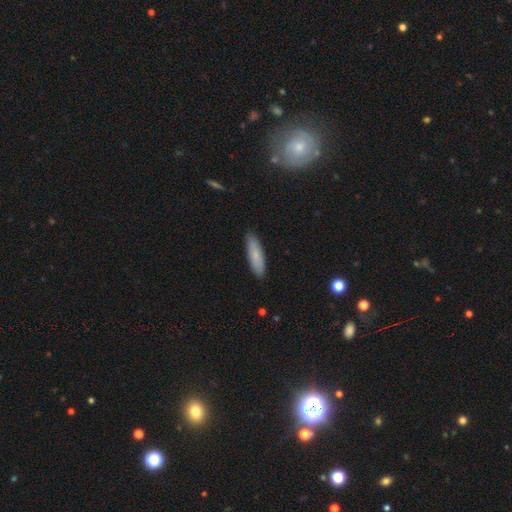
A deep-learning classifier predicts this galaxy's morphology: Smooth or featured?
  - smooth: 78% *
  - featured or disk: 16%
  - star or artifact: 6%
How rounded?
  - cigar-shaped: 62% *
  - in between: 36%
  - round: 2%
Merging?
  - none: 88% *
  - minor disturbance: 9%
  - major disturbance: 2%
  - merger: 1%